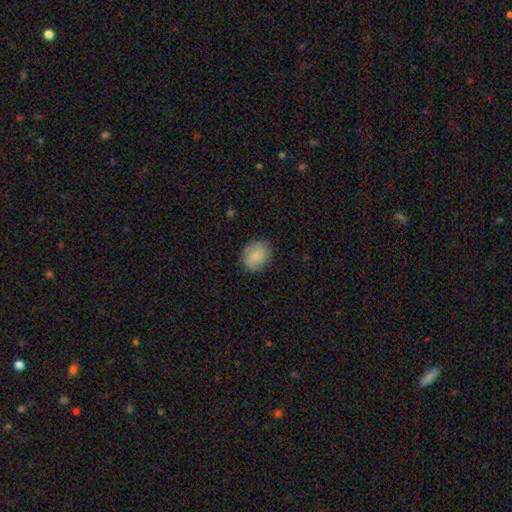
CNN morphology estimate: type=smooth (84%); roundness=round (67%); merging=none (82%).